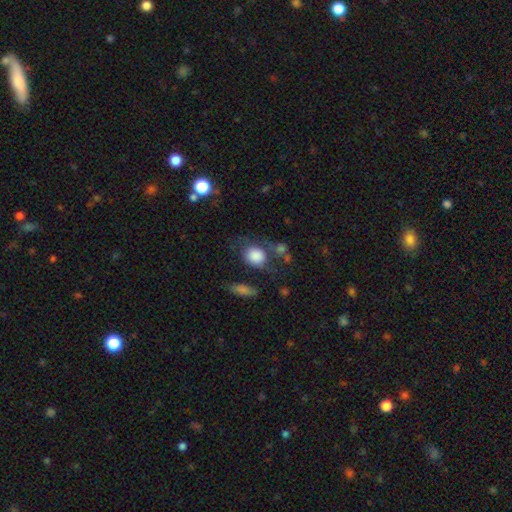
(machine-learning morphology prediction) This is clearly a smooth galaxy (82%). How rounded: likely round (61%). Merging: possibly none (50%).